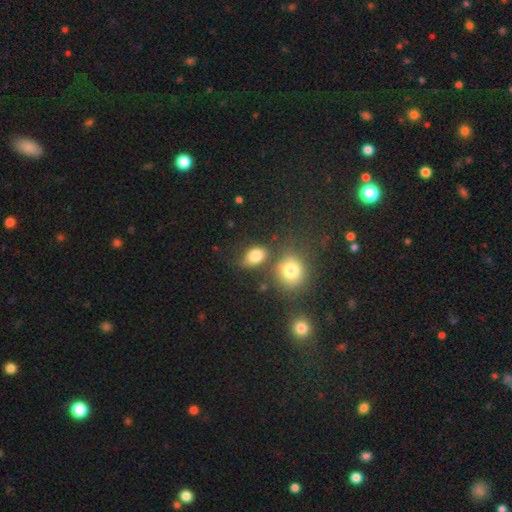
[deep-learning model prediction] smooth 81%, star or artifact 11%, featured or disk 8%. Down the decision tree: how rounded — in between (76%); merging — none (61%).